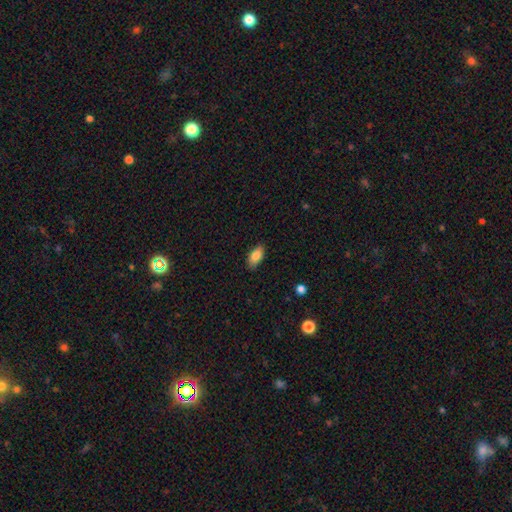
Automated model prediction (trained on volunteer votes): A smooth galaxy with no disk features (84%) that is in between round and cigar-shaped (90%).

Vote fractions:
- Smooth or featured? smooth: 84% / featured or disk: 8% / star or artifact: 7%
- How rounded? in between: 90% / cigar-shaped: 7% / round: 3%
- Merging? none: 85% / minor disturbance: 12% / major disturbance: 2% / merger: 1%